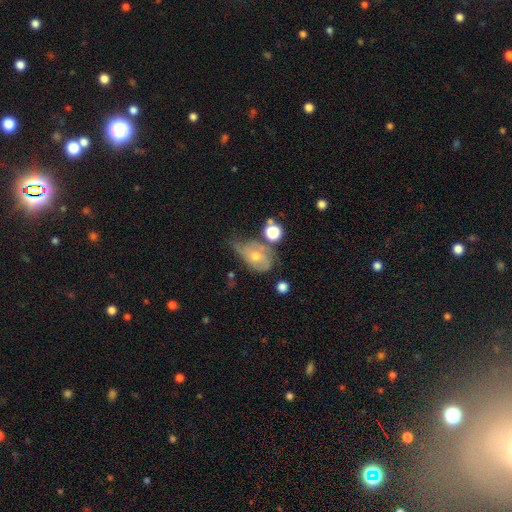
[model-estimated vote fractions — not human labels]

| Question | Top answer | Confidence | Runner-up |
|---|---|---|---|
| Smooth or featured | featured or disk | 55% | smooth (32%) |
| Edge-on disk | no | 94% | yes (6%) |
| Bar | no | 76% | weak (20%) |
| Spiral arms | yes | 72% | no (28%) |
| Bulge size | moderate | 48% | small (45%) |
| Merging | none | 34% | minor disturbance (30%) |